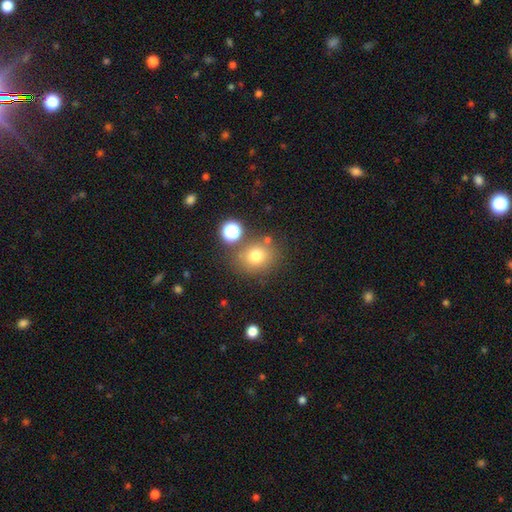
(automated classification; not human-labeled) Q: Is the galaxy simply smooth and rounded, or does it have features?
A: smooth — 74%.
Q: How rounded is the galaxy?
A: round — 73%.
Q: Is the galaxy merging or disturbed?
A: none — 73%.